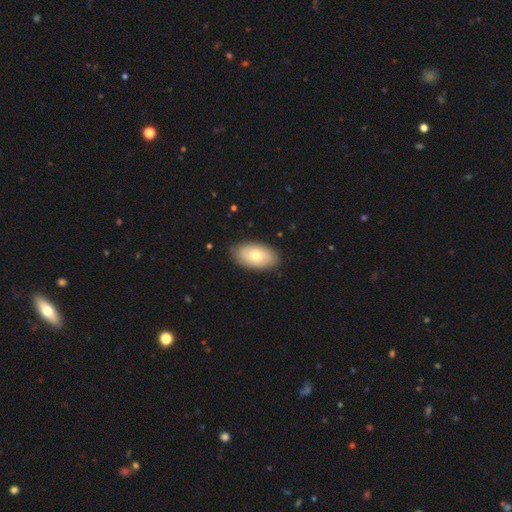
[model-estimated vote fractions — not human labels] Overall: smooth (70%). How rounded: in between (94%). Merging: none (85%).